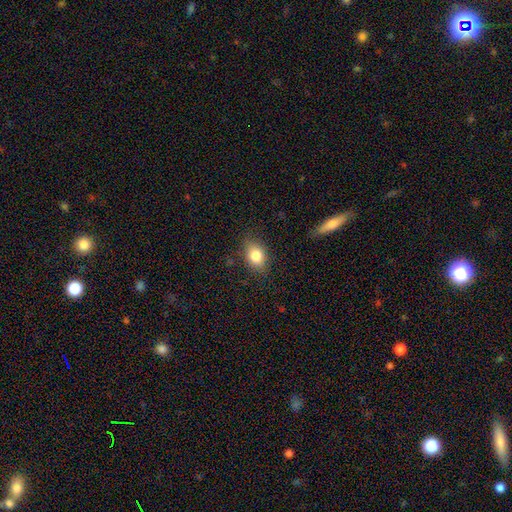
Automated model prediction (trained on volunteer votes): Morphology: type=smooth (82%); roundness=in between (70%); merging=none (81%).